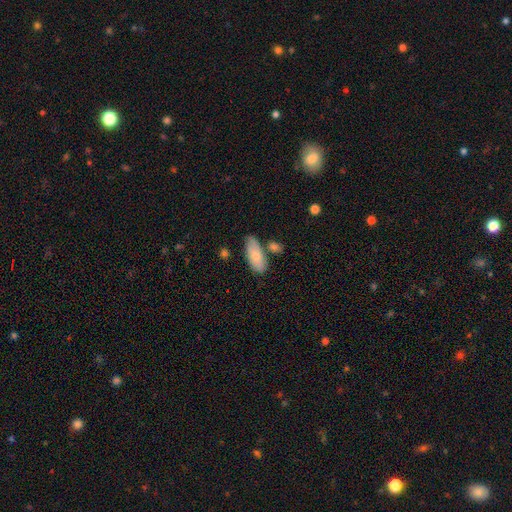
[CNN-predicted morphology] Smooth or featured: smooth — 80% (featured or disk — 14%)
How rounded: in between — 84% (cigar-shaped — 14%)
Merging: none — 67% (minor disturbance — 18%)